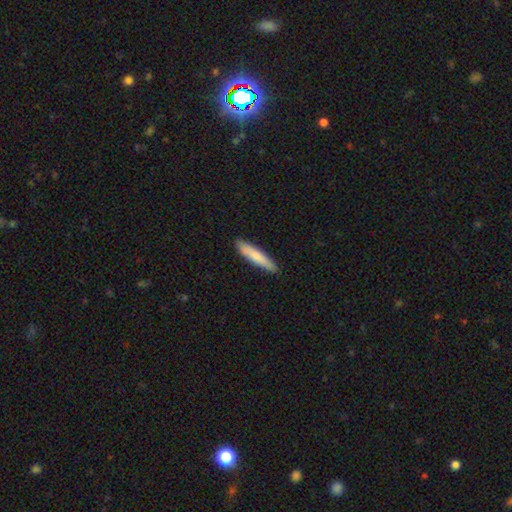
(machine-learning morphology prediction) smooth 78%, featured or disk 17%, star or artifact 5%. Down the decision tree: how rounded — cigar-shaped (88%); merging — none (89%).